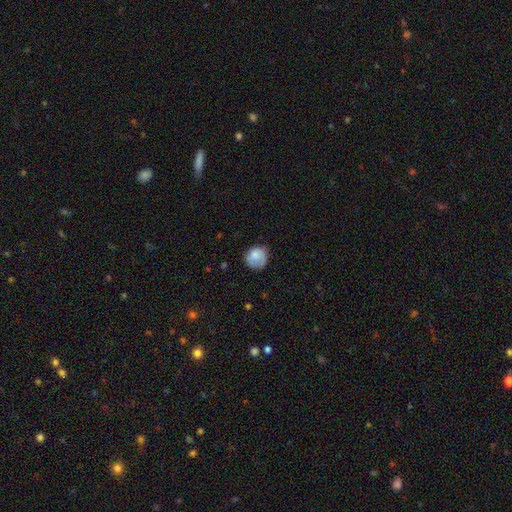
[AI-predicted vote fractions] This is clearly a smooth galaxy (81%). How rounded: clearly round (81%). Merging: likely none (63%).